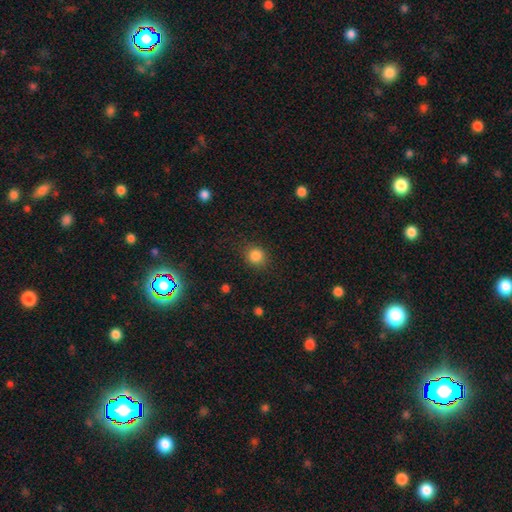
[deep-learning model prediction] A smooth galaxy with no disk features (84%) that is round (82%). Merging: none (85%).